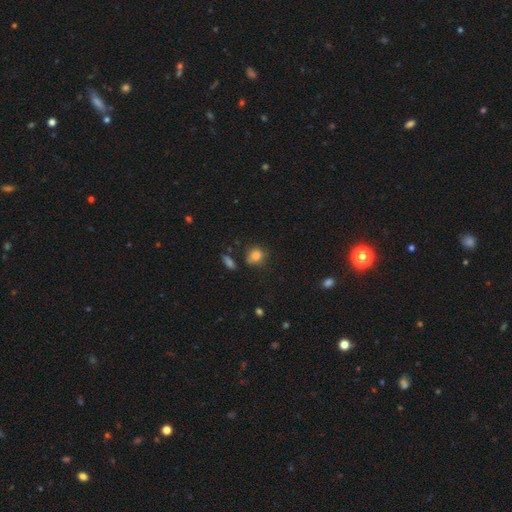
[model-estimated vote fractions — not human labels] Q: Smooth or featured?
A: smooth (83%); runner-up: star or artifact (11%)
Q: How rounded?
A: round (65%); runner-up: in between (33%)
Q: Merging?
A: none (72%); runner-up: minor disturbance (19%)